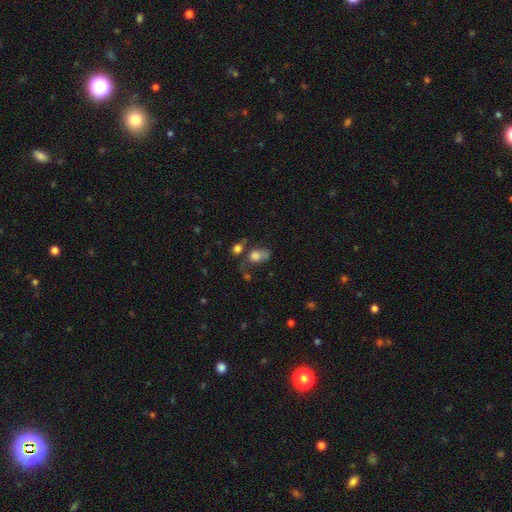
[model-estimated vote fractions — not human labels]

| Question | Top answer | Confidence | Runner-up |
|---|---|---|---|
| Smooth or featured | smooth | 73% | featured or disk (15%) |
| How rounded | in between | 60% | round (39%) |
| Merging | none | 29% | merger (27%) |